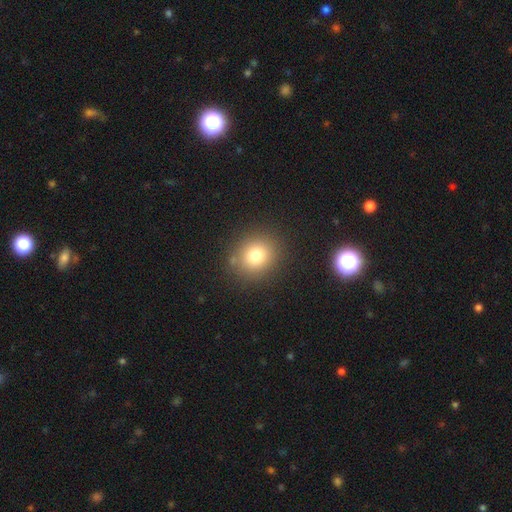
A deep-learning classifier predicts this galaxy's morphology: Smooth or featured: smooth — 77% (star or artifact — 14%)
How rounded: round — 79% (in between — 20%)
Merging: none — 85% (minor disturbance — 9%)